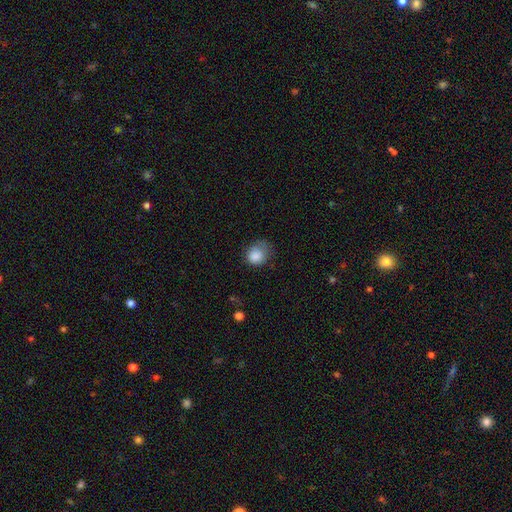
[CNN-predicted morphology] Overall: smooth (85%). How rounded: round (67%; in between 32%). Merging: none (45%; minor disturbance 36%).